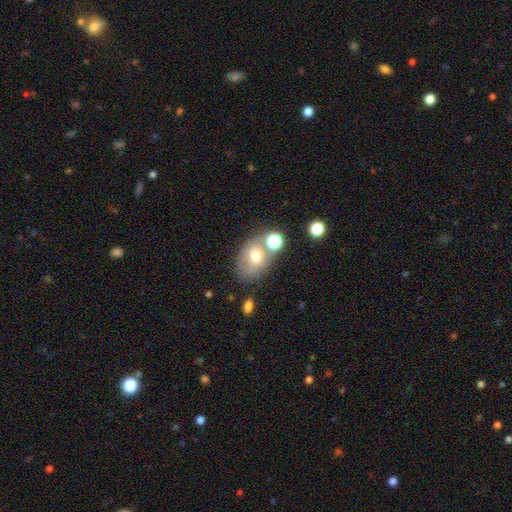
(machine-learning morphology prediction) type=smooth (64%); roundness=in between (71%); merging=none (51%).